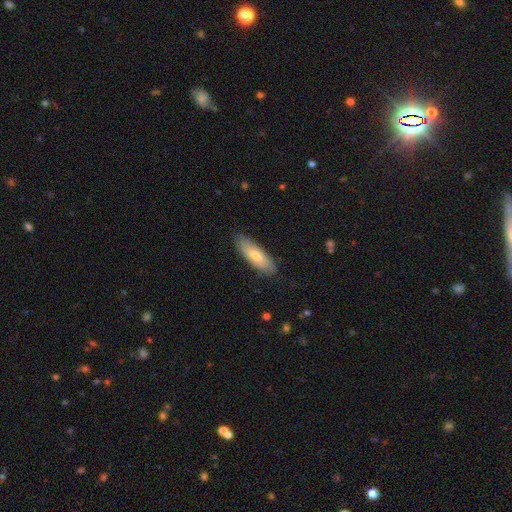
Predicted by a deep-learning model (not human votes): Q: Smooth or featured?
A: smooth (70%); runner-up: featured or disk (25%)
Q: How rounded?
A: in between (55%); runner-up: cigar-shaped (43%)
Q: Merging?
A: none (83%); runner-up: minor disturbance (13%)